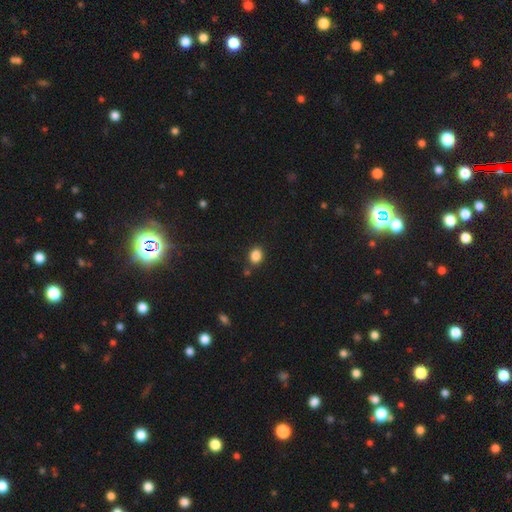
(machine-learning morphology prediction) Smooth or featured?
  - smooth: 86% *
  - star or artifact: 10%
  - featured or disk: 4%
How rounded?
  - in between: 57% *
  - round: 42%
  - cigar-shaped: 1%
Merging?
  - none: 80% *
  - minor disturbance: 12%
  - merger: 5%
  - major disturbance: 3%